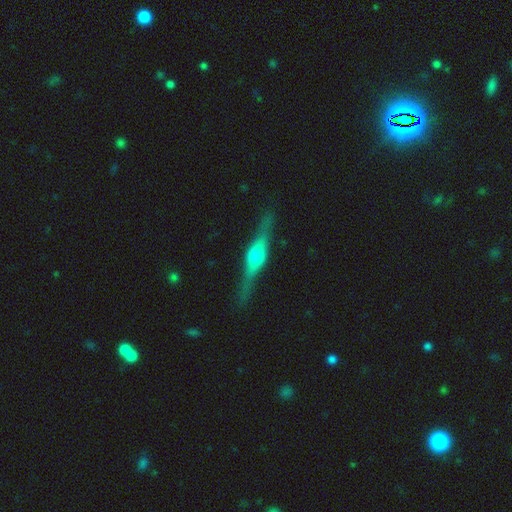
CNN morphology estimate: smooth-or-featured: featured or disk: 72% | smooth: 21% | star or artifact: 7%
  disk-edge-on: yes: 96% | no: 4%
    edge-on-bulge: rounded: 81% | boxy: 15% | none: 4%
  merging: none: 83% | minor disturbance: 12% | major disturbance: 4% | merger: 1%